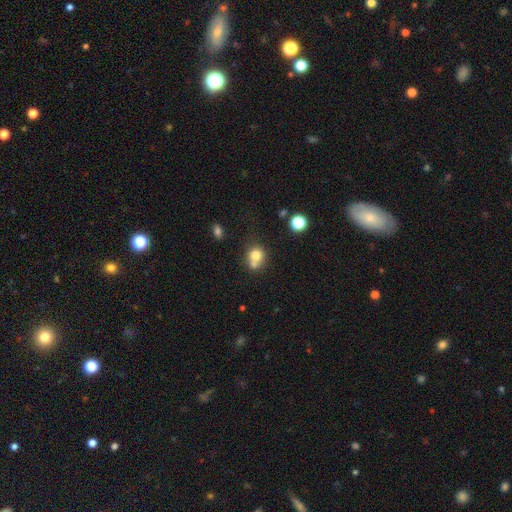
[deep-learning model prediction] A smooth galaxy with no disk features (74%) that is round (74%).

Vote fractions:
- Smooth or featured? smooth: 74% / featured or disk: 14% / star or artifact: 12%
- How rounded? round: 74% / in between: 25% / cigar-shaped: 1%
- Merging? merger: 48% / none: 37% / minor disturbance: 10% / major disturbance: 5%